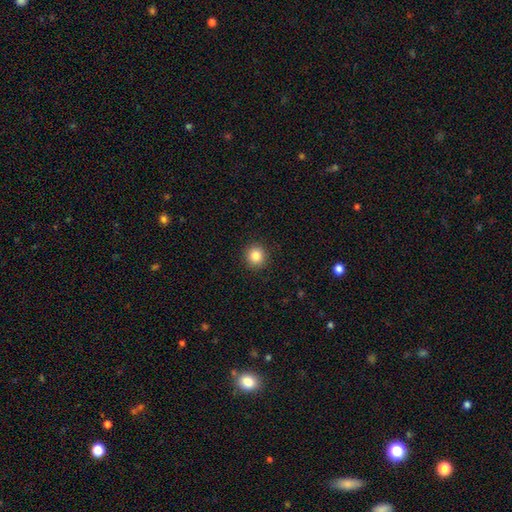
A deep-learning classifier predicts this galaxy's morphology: The model was most divided on "smooth or featured": smooth: 85%, star or artifact: 10%, featured or disk: 5%. More confident: how rounded — round (93%); merging — none (92%).